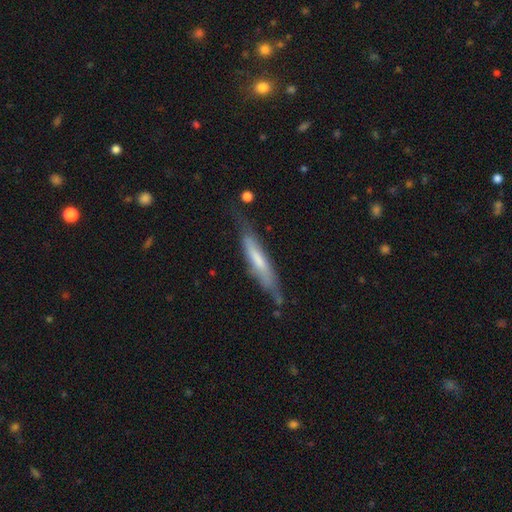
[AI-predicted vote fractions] Smooth or featured? featured or disk (49%)
Merging? none (63%)